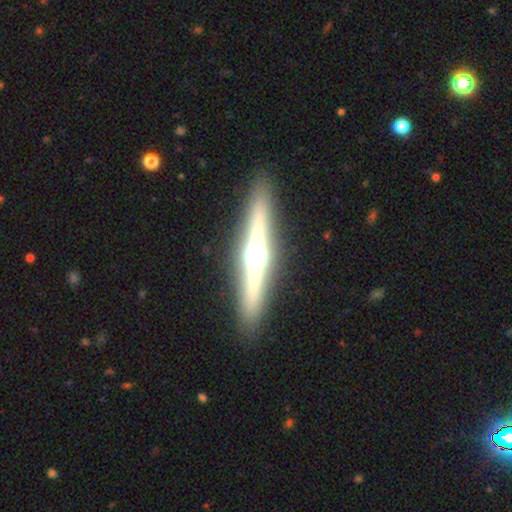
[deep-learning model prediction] The model was most divided on "smooth or featured": featured or disk: 70%, smooth: 22%, star or artifact: 9%. More confident: edge-on disk — yes (96%); edge-on bulge — rounded (93%); merging — none (89%).